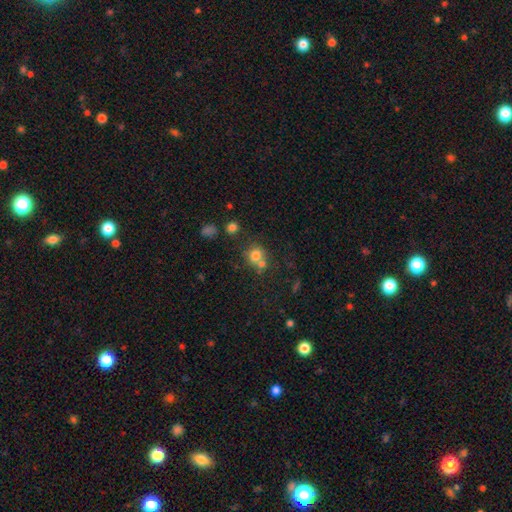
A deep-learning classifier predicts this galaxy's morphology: Overall: smooth (74%). How rounded: round (82%). Merging: none (48%; merger 38%).